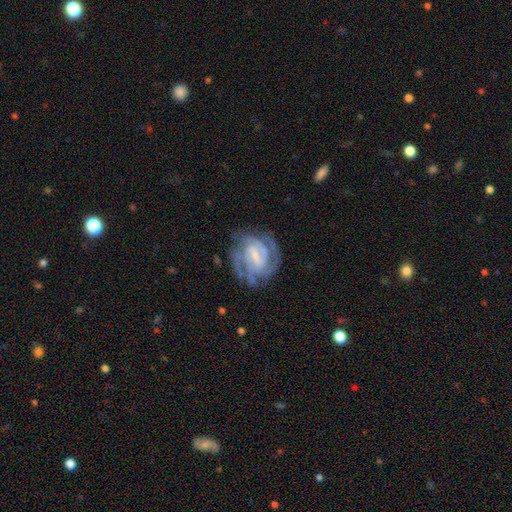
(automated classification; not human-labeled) This is clearly a featured or disk galaxy (88%). It is clearly not viewed edge-on (98%). Bar: possibly weak (50%). Spiral arm pattern: clearly yes (97%). Spiral arm count: marginally 3 (29%). Spiral winding: likely tight (64%). Central bulge: likely small (61%). Merging: likely none (72%).